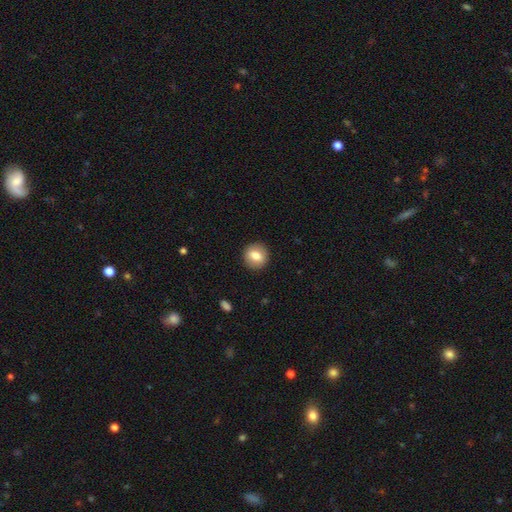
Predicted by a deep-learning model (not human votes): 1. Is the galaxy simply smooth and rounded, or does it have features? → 78% smooth, 14% featured or disk, 8% star or artifact.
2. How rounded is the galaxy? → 86% round, 13% in between, 1% cigar-shaped.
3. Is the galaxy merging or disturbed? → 91% none, 6% minor disturbance, 2% major disturbance, 1% merger.